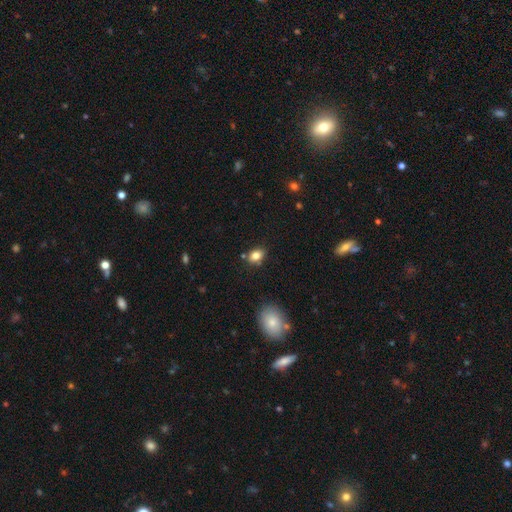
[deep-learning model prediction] This appears to be a smooth galaxy with no disk features (82%) that is in between round and cigar-shaped (72%). Merging: none (76%).